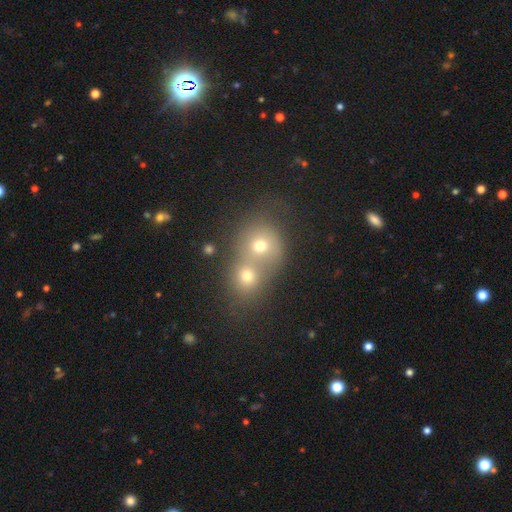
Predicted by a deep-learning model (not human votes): Smooth or featured? smooth (55%)
How rounded? round (77%)
Merging? merger (65%)